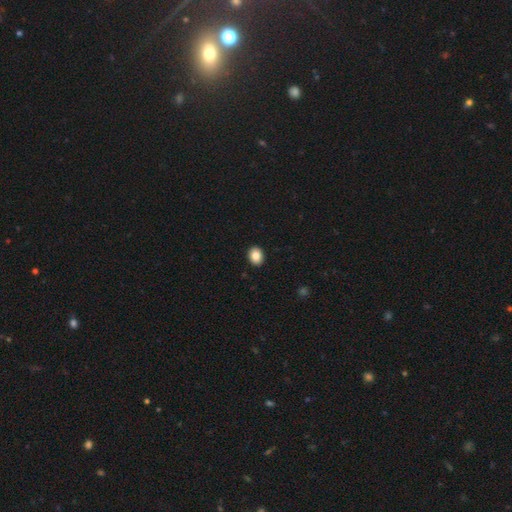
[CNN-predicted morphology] Smooth or featured: smooth — 85% (star or artifact — 9%)
How rounded: in between — 53% (round — 47%)
Merging: none — 92% (minor disturbance — 6%)